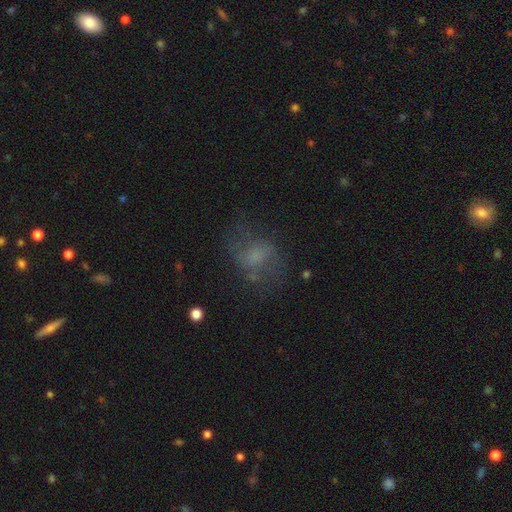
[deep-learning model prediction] smooth_or_featured: featured or disk (p=0.43) [alt: smooth p=0.40]
merging: none (p=0.53) [alt: major disturbance p=0.23]